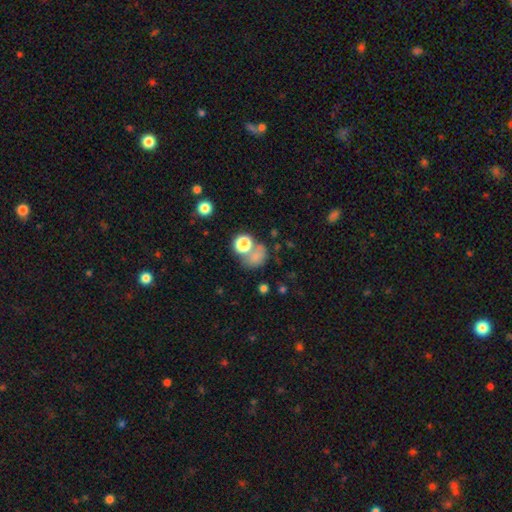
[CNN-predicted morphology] Smooth or featured: smooth — 69% (star or artifact — 20%)
How rounded: round — 58% (in between — 41%)
Merging: none — 41% (merger — 32%)